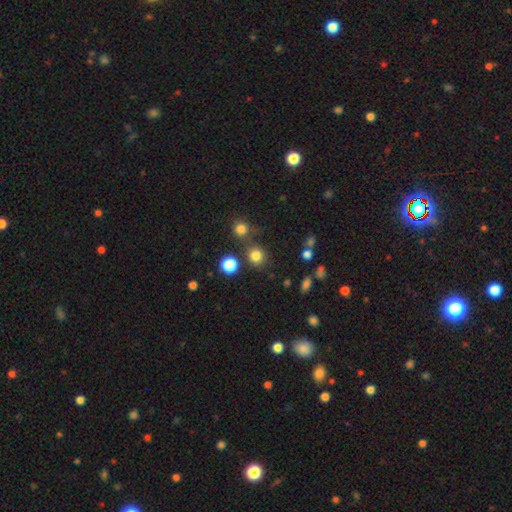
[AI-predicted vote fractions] A smooth galaxy with no disk features (79%) that is round (88%).

Vote fractions:
- Smooth or featured? smooth: 79% / star or artifact: 15% / featured or disk: 5%
- How rounded? round: 88% / in between: 11% / cigar-shaped: 1%
- Merging? none: 75% / merger: 12% / minor disturbance: 9% / major disturbance: 4%